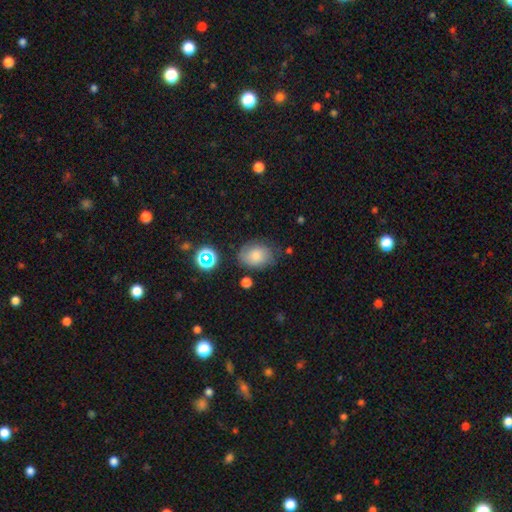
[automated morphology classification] smooth_or_featured: smooth (p=0.68) [alt: featured or disk p=0.20]
how_rounded: in between (p=0.58) [alt: round p=0.41]
merging: none (p=0.66) [alt: minor disturbance p=0.23]